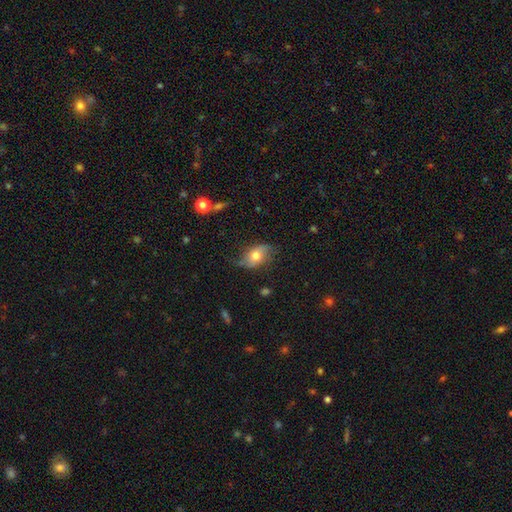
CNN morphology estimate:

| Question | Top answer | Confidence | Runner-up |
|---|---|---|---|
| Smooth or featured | smooth | 50% | featured or disk (42%) |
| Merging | none | 61% | minor disturbance (27%) |